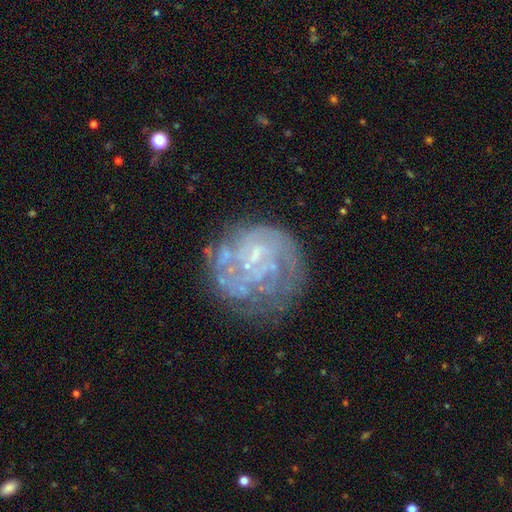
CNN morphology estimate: A featured or disk galaxy (71%) with no bar (64%), spiral arms (52%) and no central bulge (46%).

Vote fractions:
- Smooth or featured? featured or disk: 71% / smooth: 19% / star or artifact: 10%
- Edge-on disk? no: 98% / yes: 2%
- Bar? no: 64% / weak: 29% / strong: 7%
- Spiral arms? yes: 52% / no: 48%
- Bulge size? none: 46% / small: 39% / moderate: 12% / large: 2% / dominant: 1%
- Merging? none: 57% / minor disturbance: 20% / major disturbance: 19% / merger: 4%